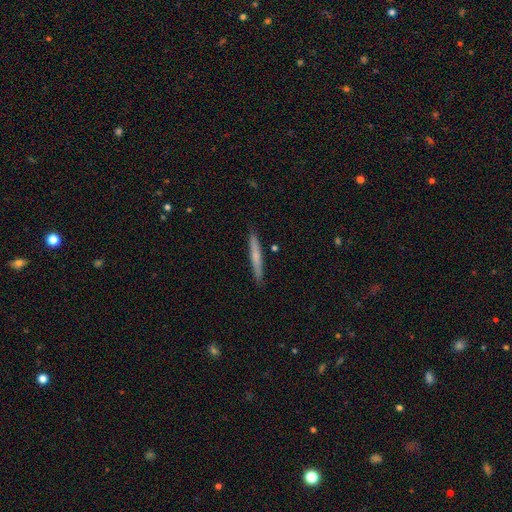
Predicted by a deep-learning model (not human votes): smooth-or-featured: smooth: 58% | featured or disk: 37% | star or artifact: 6%
  how-rounded: cigar-shaped: 96% | in between: 3% | round: 1%
  merging: none: 90% | minor disturbance: 7% | major disturbance: 1% | merger: 1%